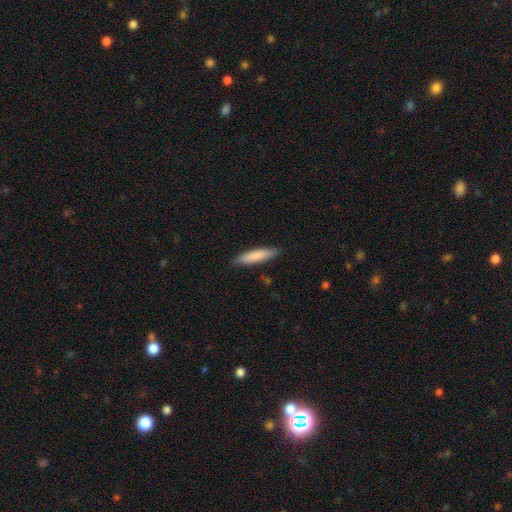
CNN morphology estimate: Smooth or featured: smooth — 80% (featured or disk — 15%)
How rounded: cigar-shaped — 82% (in between — 16%)
Merging: none — 87% (minor disturbance — 10%)